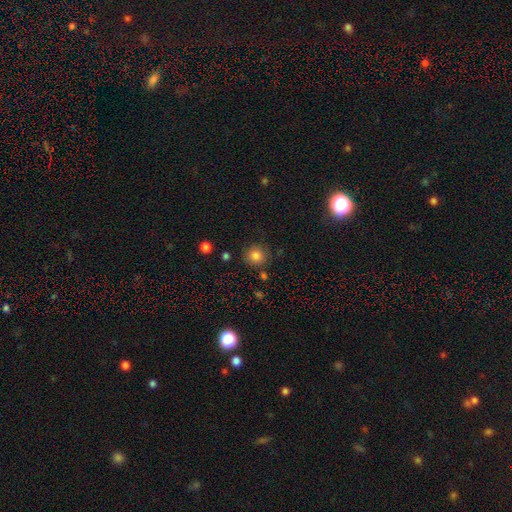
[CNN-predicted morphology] The model was most divided on "smooth or featured": smooth: 83%, star or artifact: 11%, featured or disk: 5%. More confident: how rounded — round (90%); merging — none (83%).